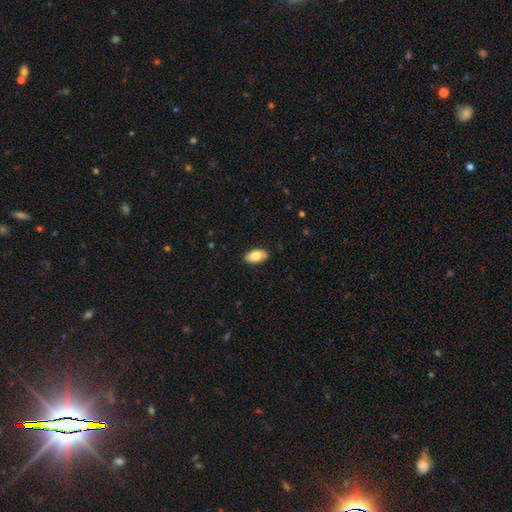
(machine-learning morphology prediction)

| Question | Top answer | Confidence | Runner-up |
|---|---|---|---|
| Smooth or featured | smooth | 80% | featured or disk (13%) |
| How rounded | in between | 94% | round (3%) |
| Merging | none | 88% | minor disturbance (10%) |